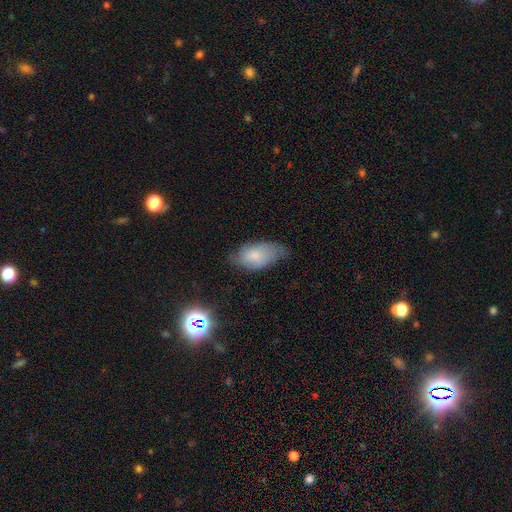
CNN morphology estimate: A smooth galaxy with no disk features (65%) that is in between round and cigar-shaped (92%).

Vote fractions:
- Smooth or featured? smooth: 65% / featured or disk: 26% / star or artifact: 10%
- How rounded? in between: 92% / round: 5% / cigar-shaped: 3%
- Merging? none: 50% / minor disturbance: 37% / major disturbance: 11% / merger: 2%